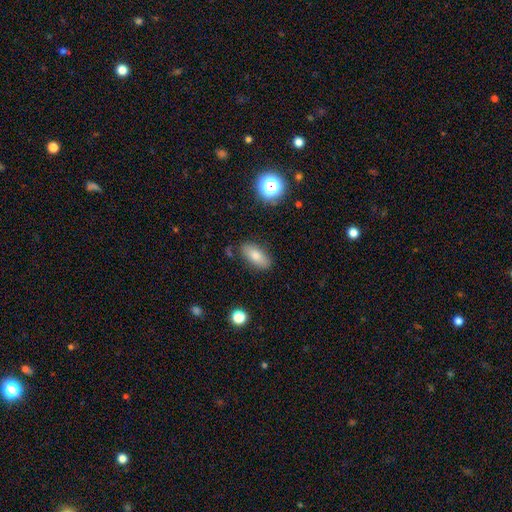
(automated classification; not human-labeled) smooth-or-featured: smooth: 77% | featured or disk: 14% | star or artifact: 9%
  how-rounded: in between: 84% | cigar-shaped: 12% | round: 4%
  merging: none: 83% | minor disturbance: 12% | major disturbance: 3% | merger: 2%